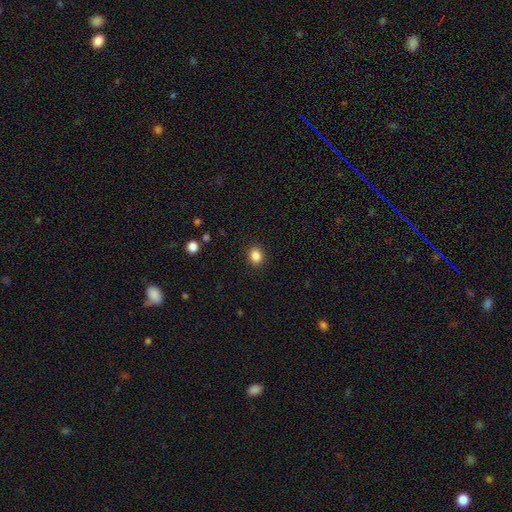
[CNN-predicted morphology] This appears to be a smooth galaxy with no disk features (86%) that is round (65%). Merging: none (90%).